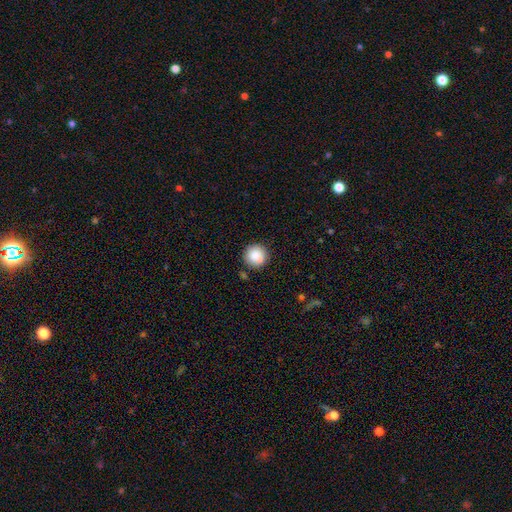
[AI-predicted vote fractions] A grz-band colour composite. It shows a smooth galaxy with no disk features (86%) that is round (93%). Merging: none (80%).